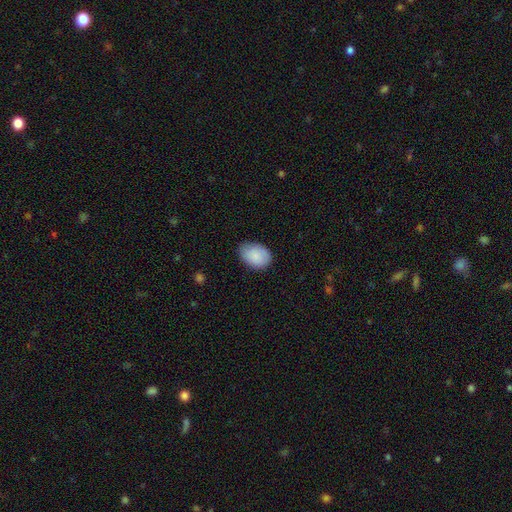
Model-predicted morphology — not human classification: This appears to be a smooth galaxy with no disk features (88%) that is in between round and cigar-shaped (79%). Merging: none (75%).